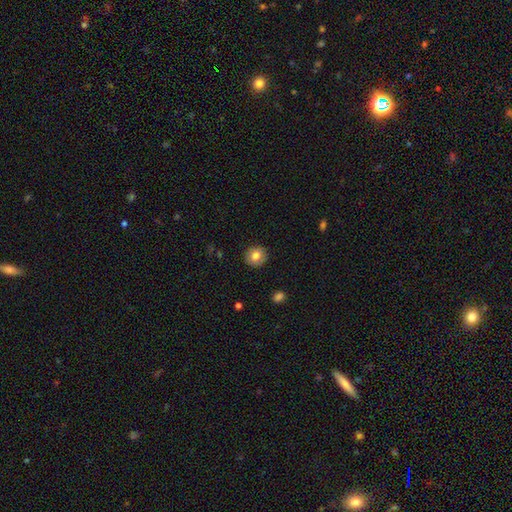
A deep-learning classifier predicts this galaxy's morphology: This is likely a smooth galaxy (79%). How rounded: clearly round (88%). Merging: clearly none (90%).